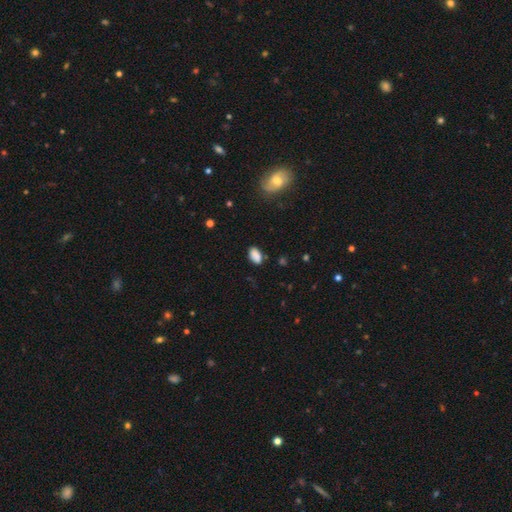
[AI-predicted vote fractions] Morphology: type=smooth (84%); roundness=in between (92%); merging=none (78%).